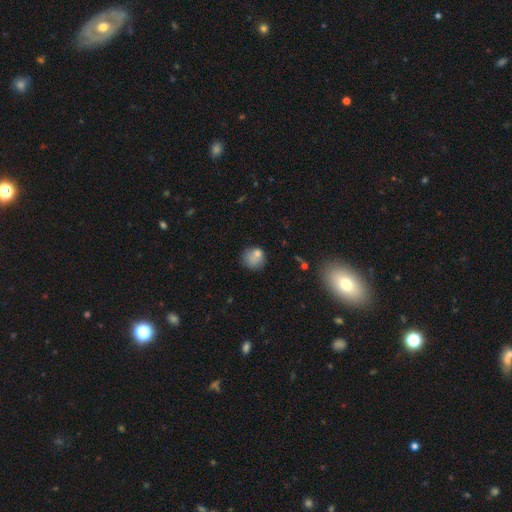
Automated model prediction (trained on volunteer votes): Smooth or featured? smooth (76%)
How rounded? round (84%)
Merging? none (59%)